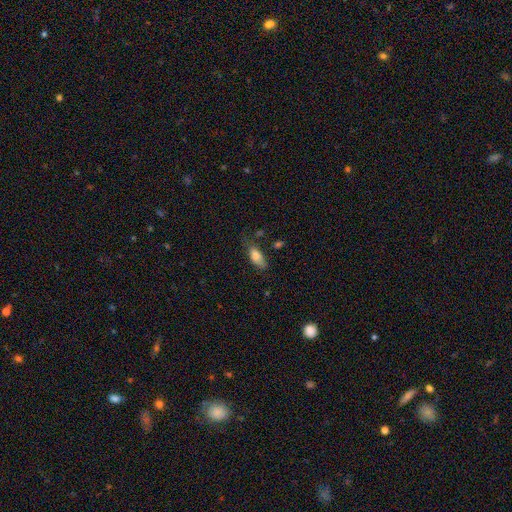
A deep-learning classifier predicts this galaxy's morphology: Overall: smooth (75%). How rounded: in between (80%). Merging: none (56%; minor disturbance 30%).